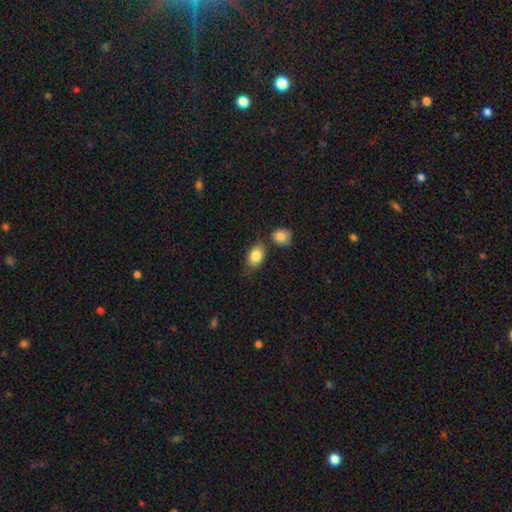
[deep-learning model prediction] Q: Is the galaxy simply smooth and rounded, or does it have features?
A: smooth — 83%.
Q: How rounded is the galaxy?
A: in between — 76%.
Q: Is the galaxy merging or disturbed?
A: none — 61%.